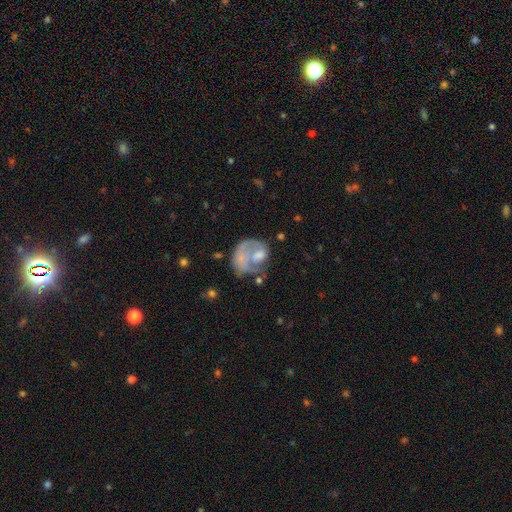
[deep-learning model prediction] A featured or disk galaxy (54%) with no bar (85%), no spiral arms (53%) and no central bulge (43%). Merging: major disturbance (38%).